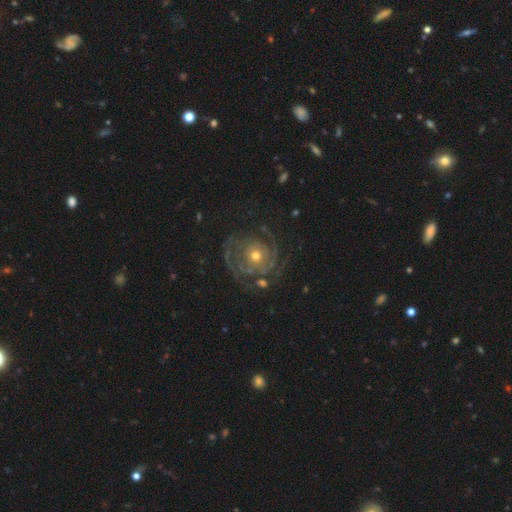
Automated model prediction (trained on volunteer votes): Overall: featured or disk (83%). Edge-on disk: no (98%). Bar: no (84%). Spiral arms: yes (90%). Spiral arm count: can't tell (33%; 2 24%). Spiral winding: tight (67%). Bulge size: moderate (55%; small 40%). Merging: none (66%).